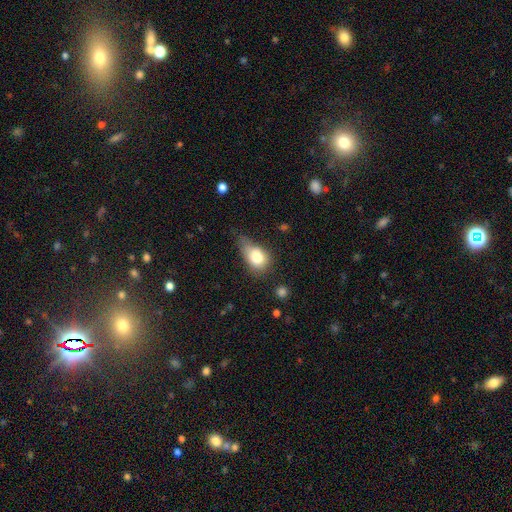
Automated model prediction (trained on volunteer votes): smooth 77%, featured or disk 13%, star or artifact 9%. Down the decision tree: how rounded — in between (70%); merging — minor disturbance (44%).